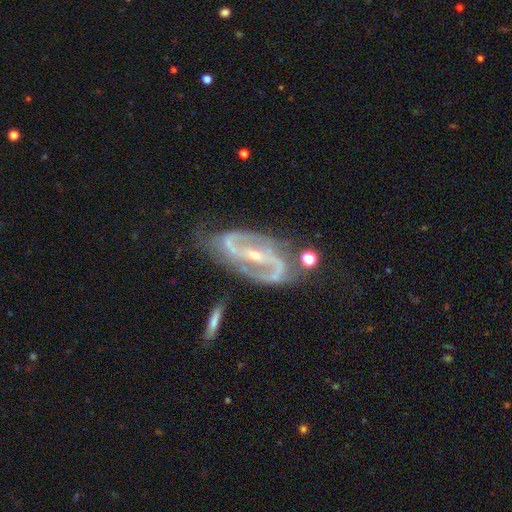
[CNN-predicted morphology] smooth_or_featured: featured or disk (p=0.92) [alt: star or artifact p=0.05]
disk_edge_on: no (p=0.95) [alt: yes p=0.05]
bar: strong (p=0.64) [alt: weak p=0.21]
has_spiral_arms: yes (p=0.97) [alt: no p=0.03]
spiral_winding: medium (p=0.51) [alt: tight p=0.31]
spiral_arm_count: 2 (p=0.91) [alt: can't tell p=0.03]
bulge_size: small (p=0.73) [alt: moderate p=0.24]
merging: none (p=0.65) [alt: minor disturbance p=0.21]